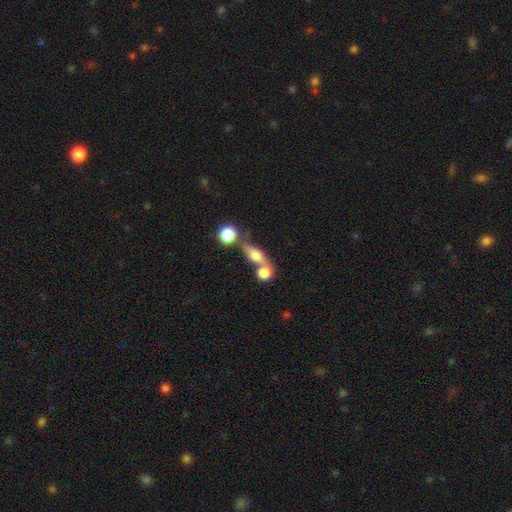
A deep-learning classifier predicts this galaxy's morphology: This is possibly a smooth galaxy (57%). How rounded: marginally in between (40%). Merging: possibly none (45%).